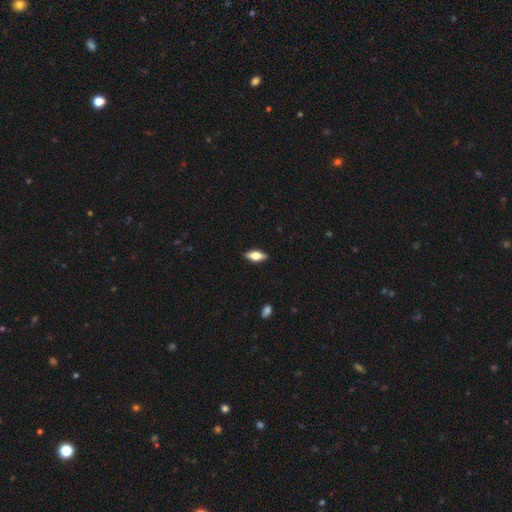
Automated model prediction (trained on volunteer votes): This is likely a smooth galaxy (62%). How rounded: likely in between (77%). Merging: clearly none (89%).